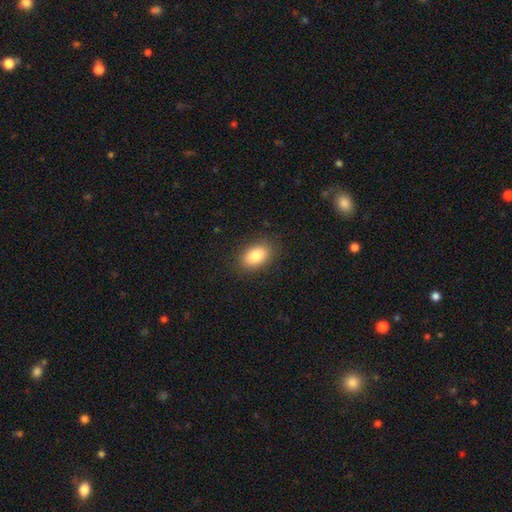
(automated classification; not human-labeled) Smooth or featured: smooth — 85% (star or artifact — 8%)
How rounded: in between — 89% (round — 9%)
Merging: none — 86% (minor disturbance — 10%)